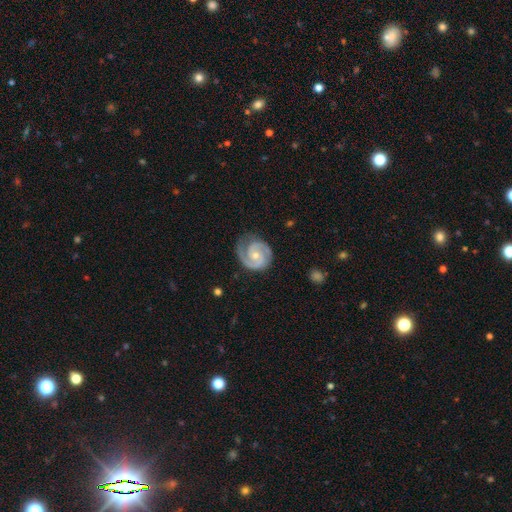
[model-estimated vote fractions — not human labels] smooth_or_featured: featured or disk (p=0.91) [alt: smooth p=0.05]
disk_edge_on: no (p=0.98) [alt: yes p=0.02]
bar: no (p=0.65) [alt: weak p=0.29]
has_spiral_arms: yes (p=0.98) [alt: no p=0.02]
spiral_winding: tight (p=0.57) [alt: medium p=0.38]
spiral_arm_count: 2 (p=0.88) [alt: 1 p=0.04]
bulge_size: small (p=0.55) [alt: moderate p=0.41]
merging: none (p=0.77) [alt: minor disturbance p=0.16]